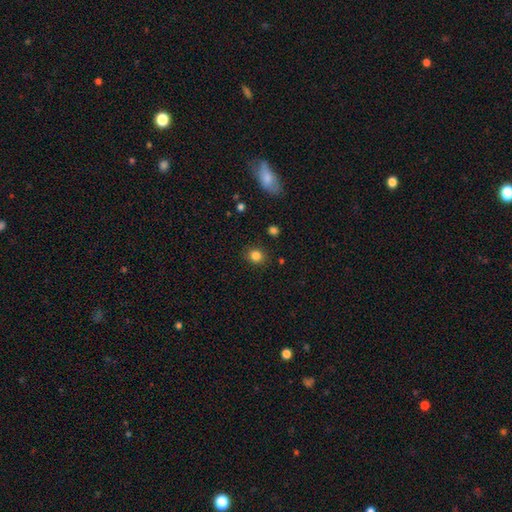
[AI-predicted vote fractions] Morphology: type=smooth (84%); roundness=round (77%); merging=none (87%).